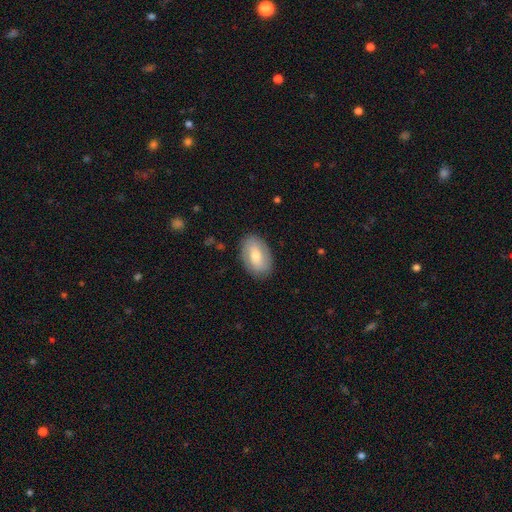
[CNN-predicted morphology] Overall: smooth (57%; featured or disk 37%). How rounded: in between (90%). Merging: none (85%).